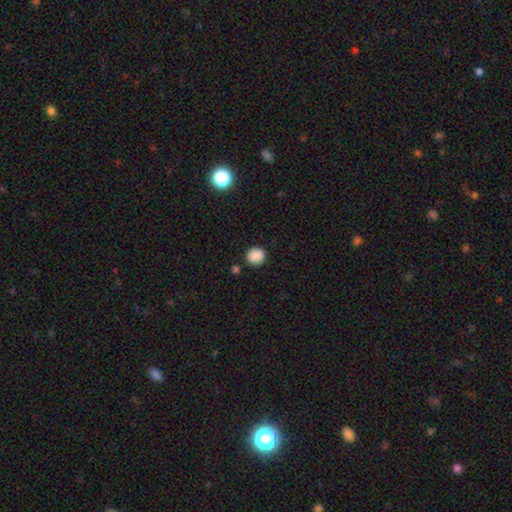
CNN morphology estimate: Smooth or featured? Predicted: smooth (p=0.88). How rounded? Predicted: round (p=0.86). Merging? Predicted: none (p=0.86).